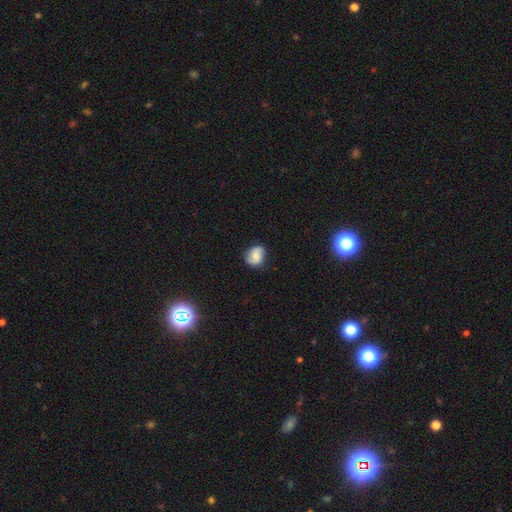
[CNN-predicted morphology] smooth 53%, featured or disk 38%, star or artifact 9%. Down the decision tree: how rounded — round (56%); merging — none (74%).